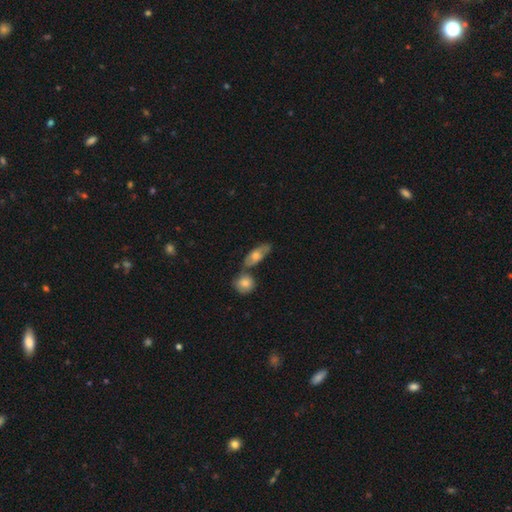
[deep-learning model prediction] Smooth or featured: smooth — 57% (featured or disk — 36%)
How rounded: in between — 70% (cigar-shaped — 21%)
Merging: none — 51% (merger — 28%)